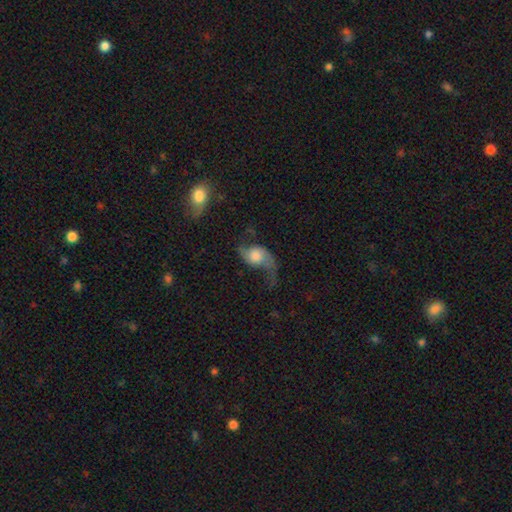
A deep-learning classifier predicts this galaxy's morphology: Smooth or featured?
  - featured or disk: 66% *
  - smooth: 26%
  - star or artifact: 8%
Edge-on disk?
  - no: 95% *
  - yes: 5%
Bar?
  - no: 71% *
  - weak: 24%
  - strong: 5%
Spiral arms?
  - yes: 90% *
  - no: 10%
Spiral winding?
  - loose: 85% *
  - medium: 12%
  - tight: 3%
Spiral arm count?
  - 2: 76% *
  - 1: 19%
  - can't tell: 2%
  - 3: 1%
  - 4: 1%
  - more than 4: 1%
Bulge size?
  - moderate: 39% *
  - large: 28%
  - small: 19%
  - none: 8%
  - dominant: 7%
Merging?
  - none: 38% *
  - major disturbance: 36%
  - minor disturbance: 21%
  - merger: 5%